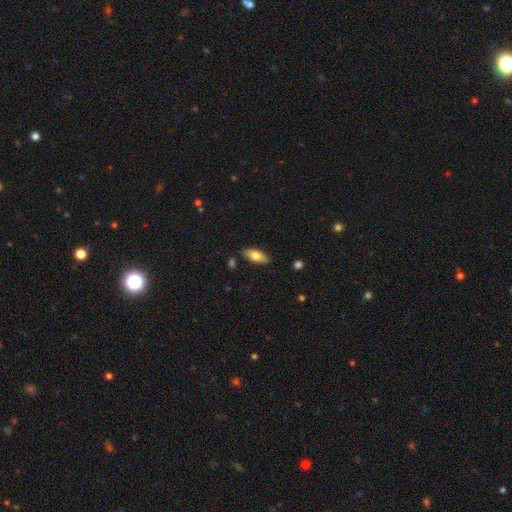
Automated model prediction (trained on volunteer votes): Smooth or featured? smooth (77%)
How rounded? in between (85%)
Merging? none (85%)